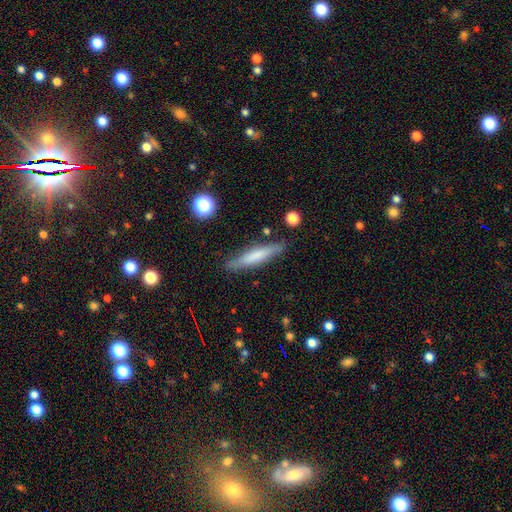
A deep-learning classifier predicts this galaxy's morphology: A smooth galaxy with no disk features (59%) that is cigar-shaped (89%). Merging: none (84%).